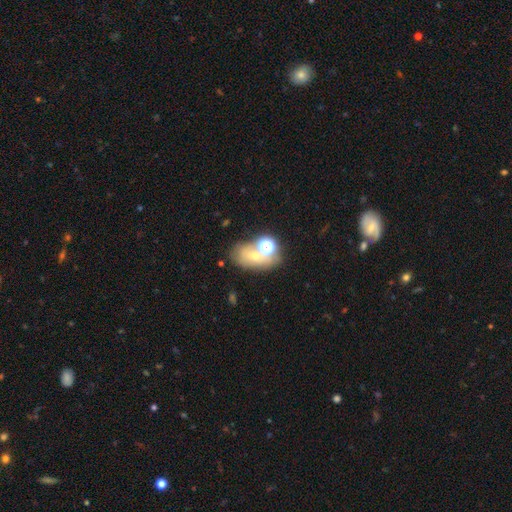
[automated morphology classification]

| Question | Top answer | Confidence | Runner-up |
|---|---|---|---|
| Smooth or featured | smooth | 45% | star or artifact (28%) |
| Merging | none | 50% | merger (26%) |